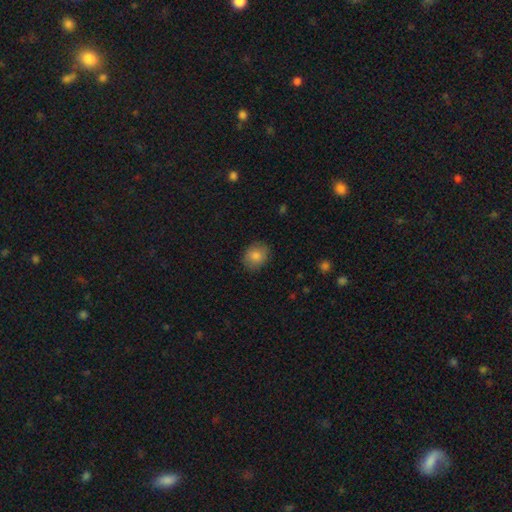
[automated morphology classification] This appears to be a smooth galaxy with no disk features (83%) that is round (60%). Merging: none (84%).